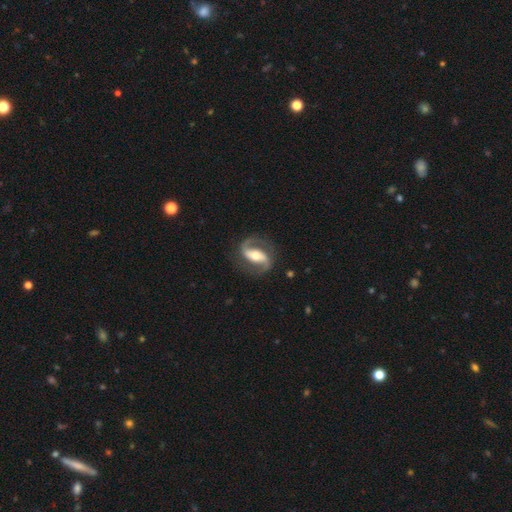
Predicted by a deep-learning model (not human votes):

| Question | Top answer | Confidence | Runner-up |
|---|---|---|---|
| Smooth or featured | featured or disk | 89% | smooth (7%) |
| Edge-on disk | no | 96% | yes (4%) |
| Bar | strong | 50% | weak (29%) |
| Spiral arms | yes | 96% | no (4%) |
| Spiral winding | medium | 49% | loose (36%) |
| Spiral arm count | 2 | 92% | 1 (4%) |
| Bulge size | moderate | 67% | small (18%) |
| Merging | none | 81% | minor disturbance (11%) |